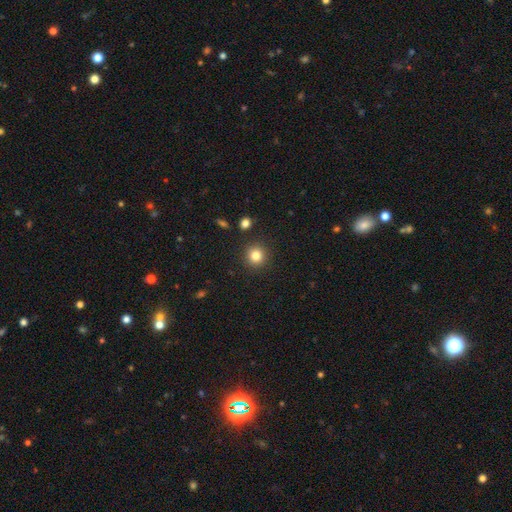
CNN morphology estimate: This is clearly a smooth galaxy (82%). How rounded: clearly round (92%). Merging: clearly none (90%).